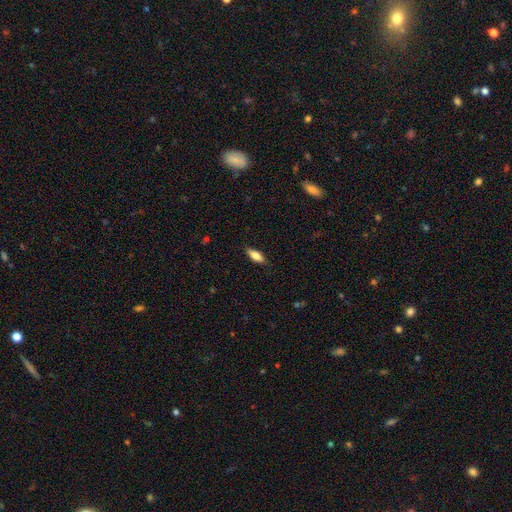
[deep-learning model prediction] This appears to be a smooth galaxy with no disk features (80%) that is in between round and cigar-shaped (72%). Merging: none (86%).